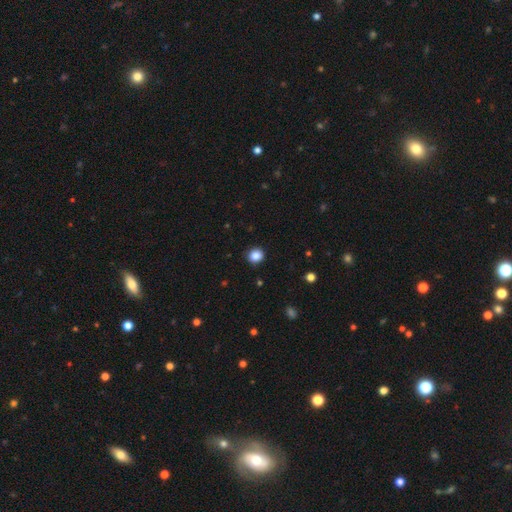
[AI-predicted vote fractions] smooth_or_featured: smooth (p=0.86) [alt: star or artifact p=0.11]
how_rounded: round (p=0.88) [alt: in between p=0.11]
merging: none (p=0.91) [alt: minor disturbance p=0.06]